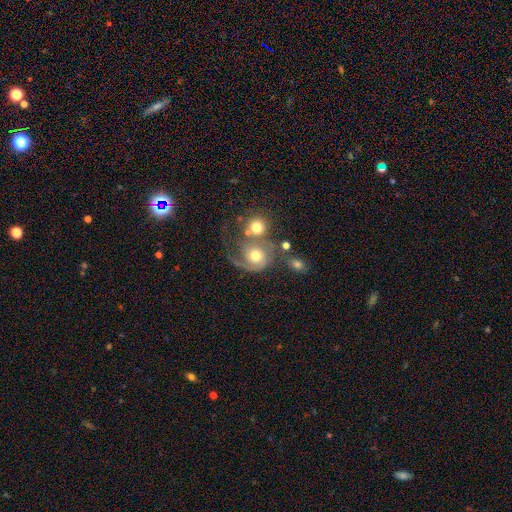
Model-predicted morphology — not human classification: smooth-or-featured: featured or disk: 64% | smooth: 28% | star or artifact: 8%
  disk-edge-on: no: 97% | yes: 3%
    bar: no: 77% | weak: 19% | strong: 4%
    has-spiral-arms: yes: 88% | no: 12%
      spiral-winding: medium: 39% | loose: 34% | tight: 27%
      spiral-arm-count: 1: 58% | 2: 29% | can't tell: 8% | 3: 2% | 4: 1% | more than 4: 1%
    bulge-size: moderate: 65% | large: 16% | small: 13% | none: 3% | dominant: 2%
  merging: merger: 35% | none: 29% | major disturbance: 24% | minor disturbance: 13%